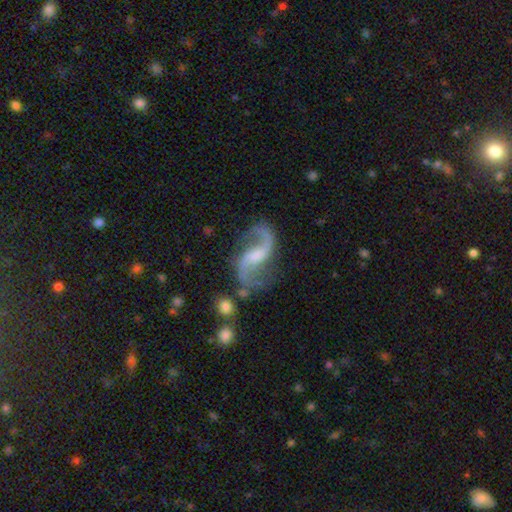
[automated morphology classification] The model was most divided on "bulge size": small: 39%, moderate: 36%, none: 18%, large: 5%, dominant: 1%. Remaining: edge-on disk — no (98%); spiral arms — yes (98%); spiral arm count — 2 (94%); smooth or featured — featured or disk (92%); merging — none (74%); spiral winding — loose (72%); bar — weak (48%).